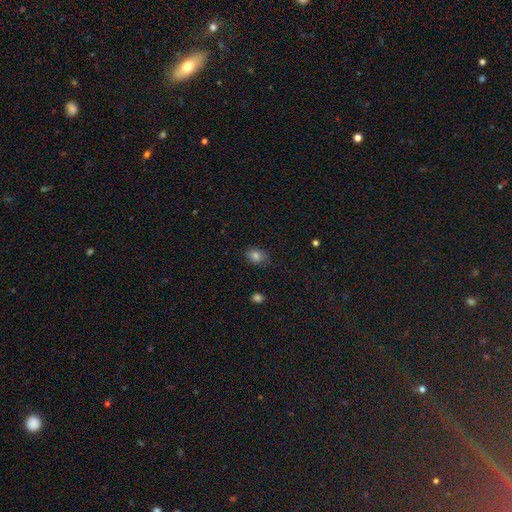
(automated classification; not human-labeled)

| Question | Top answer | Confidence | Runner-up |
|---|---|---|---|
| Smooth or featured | smooth | 81% | star or artifact (12%) |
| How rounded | in between | 59% | round (40%) |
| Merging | none | 73% | minor disturbance (22%) |